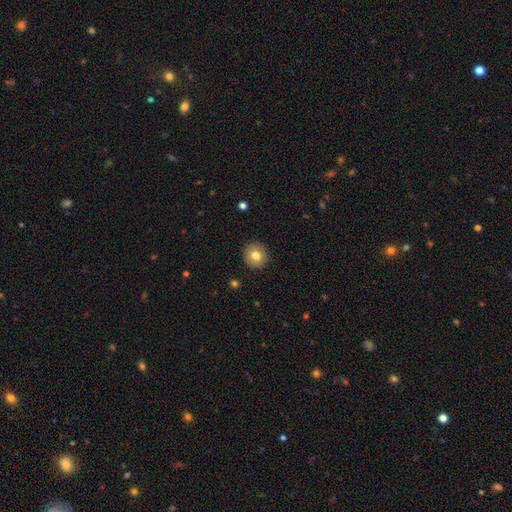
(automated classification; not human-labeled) Smooth or featured: smooth — 79% (featured or disk — 12%)
How rounded: round — 91% (in between — 8%)
Merging: none — 91% (minor disturbance — 6%)